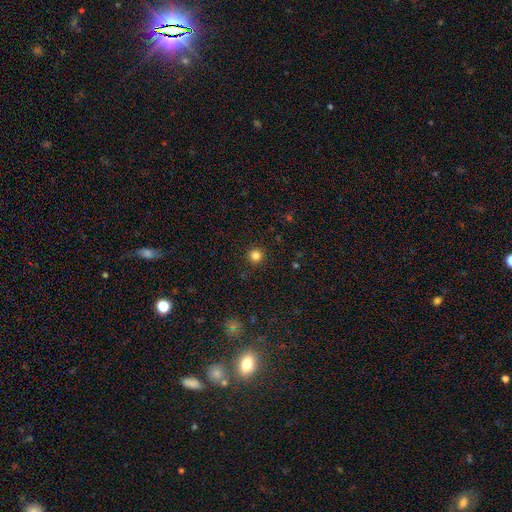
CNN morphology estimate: Q: Smooth or featured?
A: smooth (83%); runner-up: star or artifact (13%)
Q: How rounded?
A: round (95%); runner-up: in between (4%)
Q: Merging?
A: none (92%); runner-up: minor disturbance (5%)